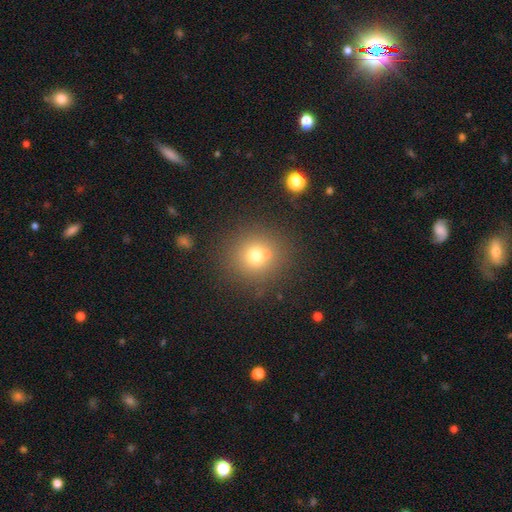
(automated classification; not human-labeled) Q: Smooth or featured?
A: smooth (69%); runner-up: star or artifact (17%)
Q: How rounded?
A: round (89%); runner-up: in between (10%)
Q: Merging?
A: none (66%); runner-up: merger (21%)